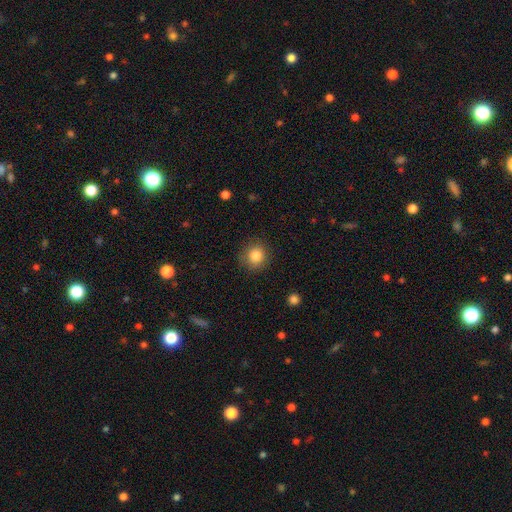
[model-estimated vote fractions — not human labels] Q: Smooth or featured?
A: smooth (82%); runner-up: star or artifact (11%)
Q: How rounded?
A: round (89%); runner-up: in between (10%)
Q: Merging?
A: none (87%); runner-up: minor disturbance (9%)